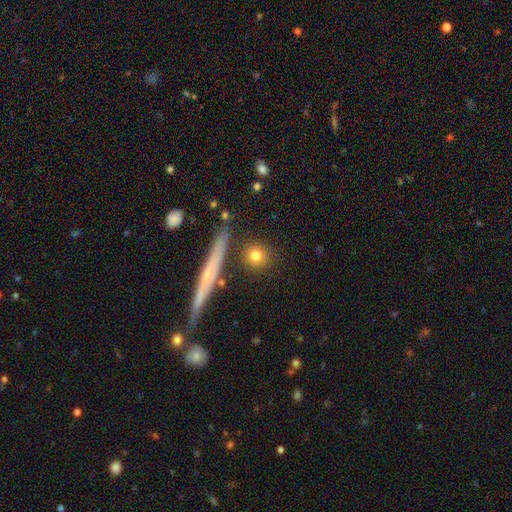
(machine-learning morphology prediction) This is likely a smooth galaxy (78%). How rounded: clearly round (85%). Merging: clearly none (86%).